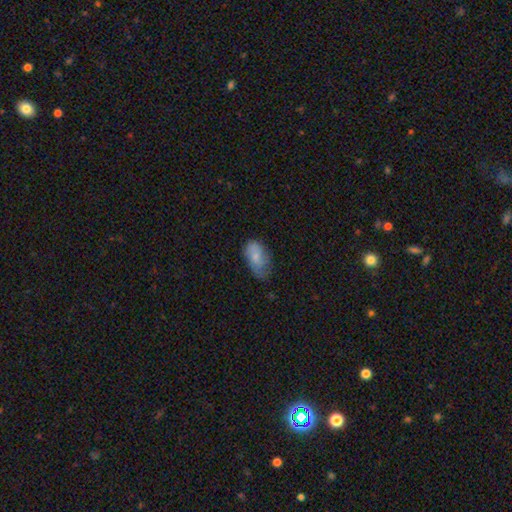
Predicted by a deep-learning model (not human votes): The model was most divided on "merging": none: 50%, minor disturbance: 36%, major disturbance: 12%, merger: 2%. More confident: how rounded — in between (91%); smooth or featured — smooth (67%).